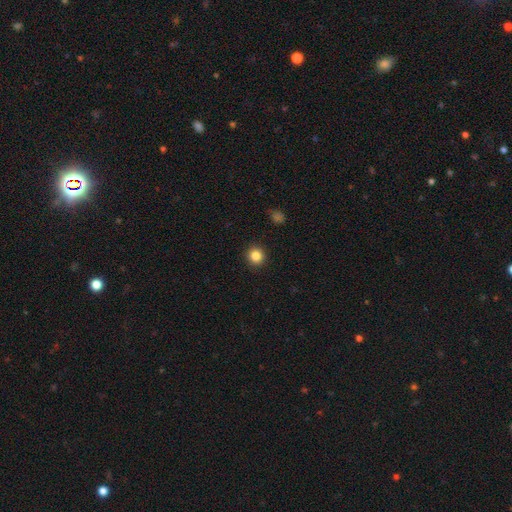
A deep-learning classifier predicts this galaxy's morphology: smooth_or_featured: smooth (p=0.85) [alt: star or artifact p=0.11]
how_rounded: round (p=0.93) [alt: in between p=0.06]
merging: none (p=0.92) [alt: minor disturbance p=0.05]